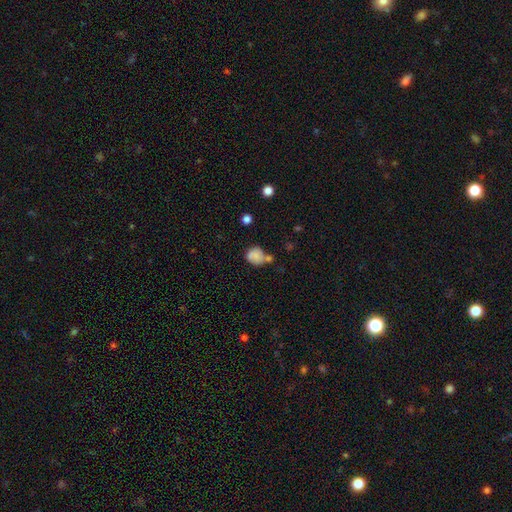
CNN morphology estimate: Smooth or featured?
  - smooth: 80% *
  - featured or disk: 11%
  - star or artifact: 10%
How rounded?
  - round: 71% *
  - in between: 28%
  - cigar-shaped: 1%
Merging?
  - none: 45% *
  - merger: 26%
  - minor disturbance: 21%
  - major disturbance: 8%